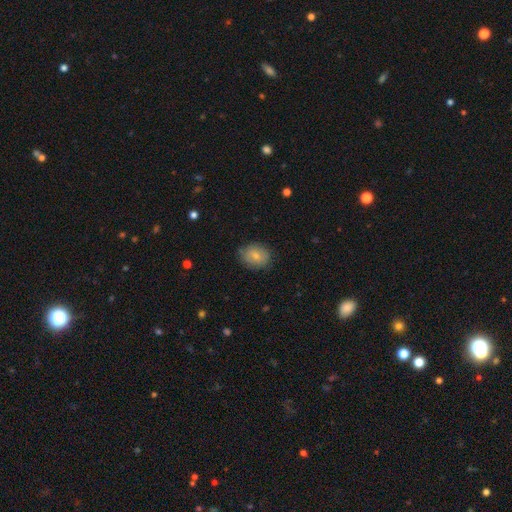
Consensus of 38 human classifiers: This appears to be a smooth galaxy with no disk features (74%) that is in between round and cigar-shaped (61%). Merging: none (78%).